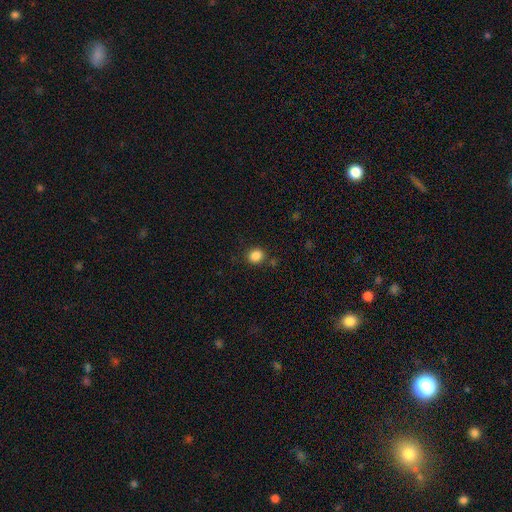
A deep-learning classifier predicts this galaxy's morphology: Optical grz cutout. It shows a smooth galaxy with no disk features (86%) that is round (74%). Merging: none (83%).